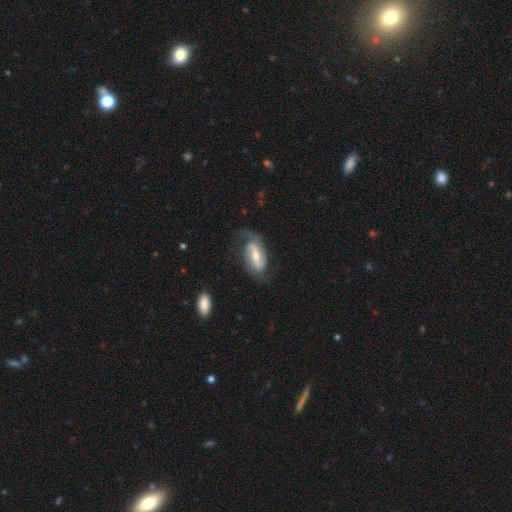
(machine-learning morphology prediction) featured or disk 80%, smooth 14%, star or artifact 5%. Down the decision tree: edge-on disk — no (95%); bar — weak (41%); spiral arms — yes (93%); spiral arm count — 2 (78%); spiral winding — medium (42%); bulge size — moderate (56%); merging — none (58%).